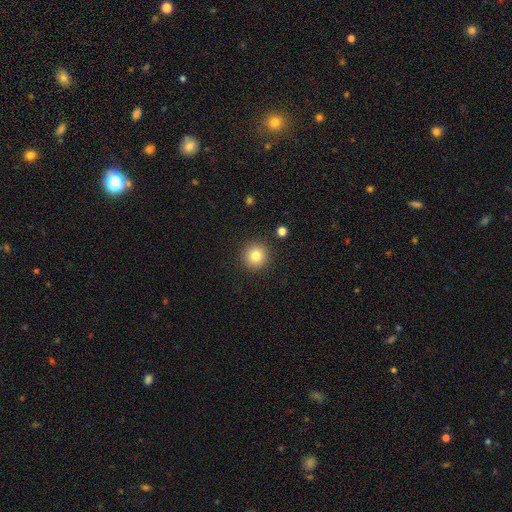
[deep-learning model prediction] This is clearly a smooth galaxy (82%). How rounded: clearly round (94%). Merging: clearly none (90%).